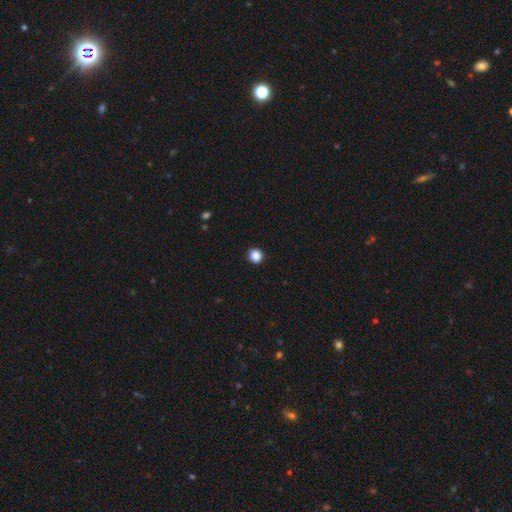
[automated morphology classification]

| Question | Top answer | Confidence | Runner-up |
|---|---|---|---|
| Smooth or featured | smooth | 87% | star or artifact (11%) |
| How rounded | round | 88% | in between (11%) |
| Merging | none | 92% | minor disturbance (5%) |